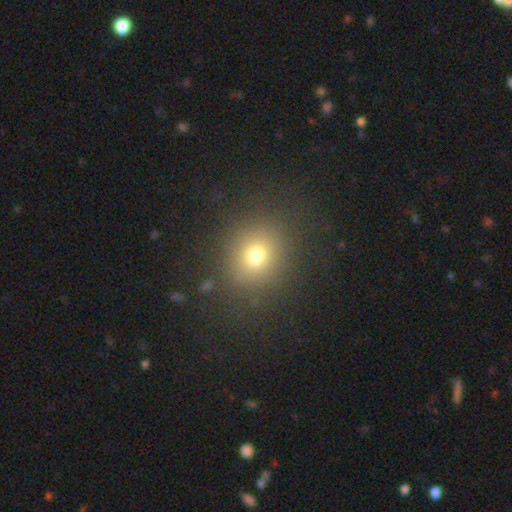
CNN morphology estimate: Smooth or featured? Predicted: smooth (p=0.74). How rounded? Predicted: round (p=0.75). Merging? Predicted: none (p=0.86).